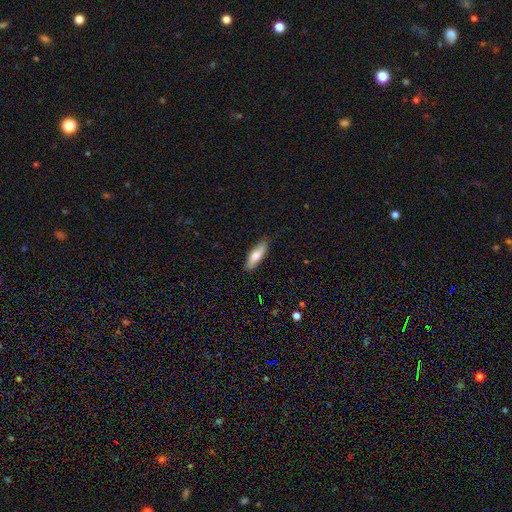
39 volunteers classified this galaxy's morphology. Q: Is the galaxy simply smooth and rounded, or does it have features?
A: smooth — 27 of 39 (69%).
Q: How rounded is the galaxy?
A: in between — 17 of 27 (63%).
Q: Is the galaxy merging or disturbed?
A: none — 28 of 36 (78%).